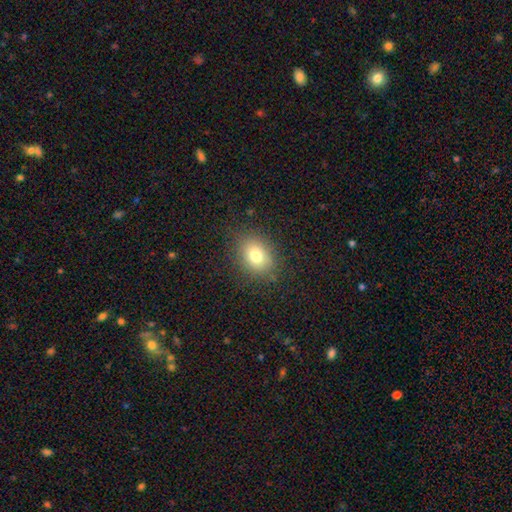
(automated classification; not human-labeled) smooth-or-featured: smooth: 76% | star or artifact: 12% | featured or disk: 12%
  how-rounded: in between: 55% | round: 44% | cigar-shaped: 1%
  merging: none: 84% | minor disturbance: 11% | major disturbance: 4% | merger: 1%